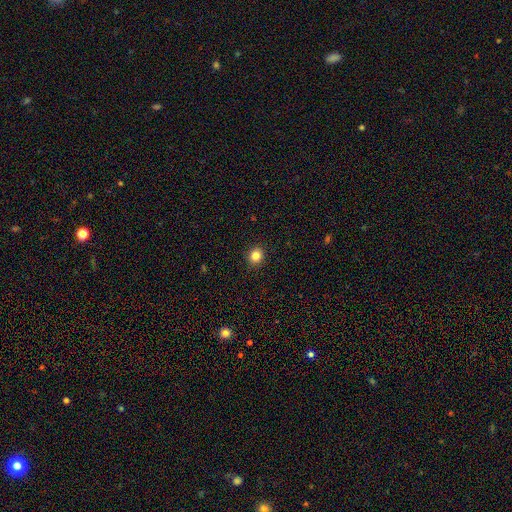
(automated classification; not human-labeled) This is clearly a smooth galaxy (83%). How rounded: clearly round (84%). Merging: clearly none (92%).